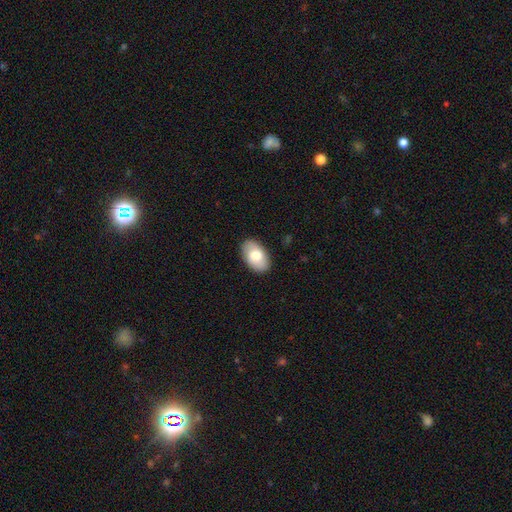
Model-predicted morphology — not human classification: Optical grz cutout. It shows a smooth galaxy with no disk features (73%) that is in between round and cigar-shaped (92%). Merging: none (88%).